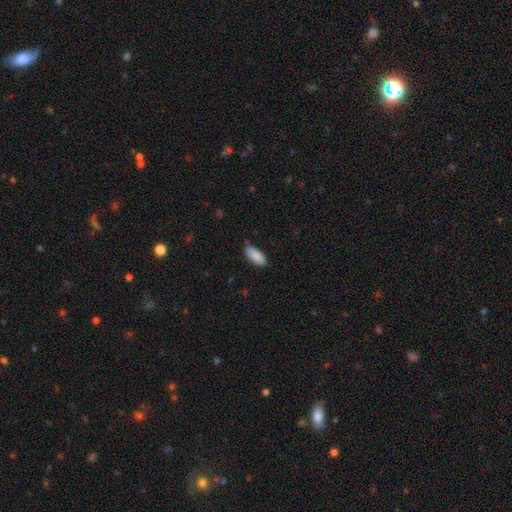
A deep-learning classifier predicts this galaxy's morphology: The model was most divided on "merging": none: 69%, minor disturbance: 26%, major disturbance: 3%, merger: 2%. More confident: smooth or featured — smooth (89%); how rounded — in between (87%).